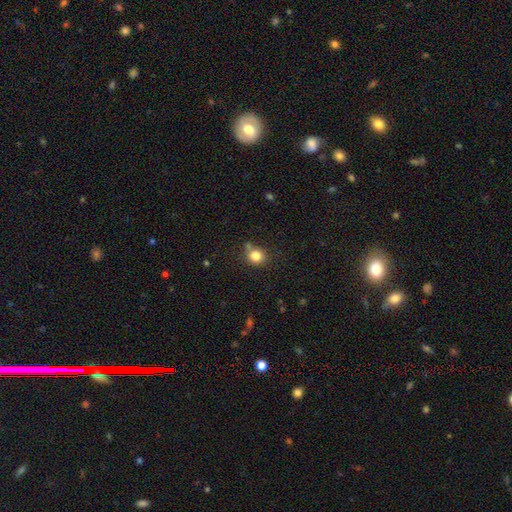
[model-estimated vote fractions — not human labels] Overall: smooth (82%). How rounded: round (81%). Merging: none (73%).